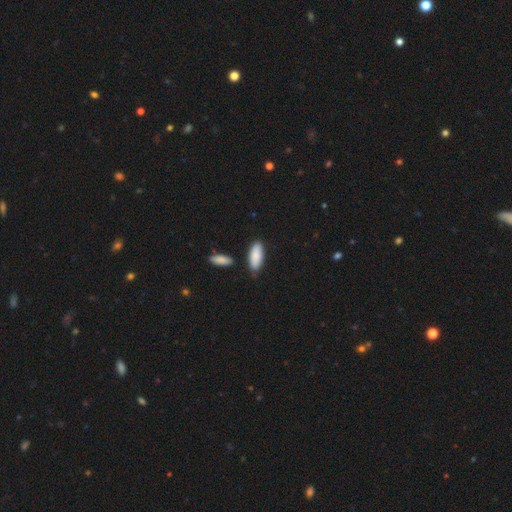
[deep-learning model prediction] Smooth or featured? Predicted: smooth (p=0.88). How rounded? Predicted: in between (p=0.78). Merging? Predicted: none (p=0.76).